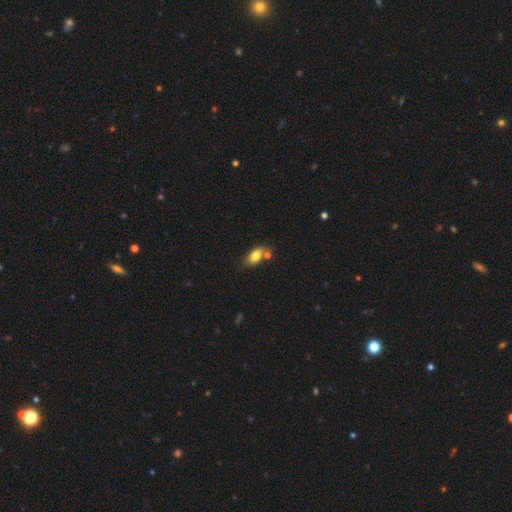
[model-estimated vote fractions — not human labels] smooth-or-featured: smooth: 78% | featured or disk: 13% | star or artifact: 9%
  how-rounded: in between: 84% | round: 11% | cigar-shaped: 5%
  merging: none: 59% | merger: 20% | minor disturbance: 16% | major disturbance: 4%